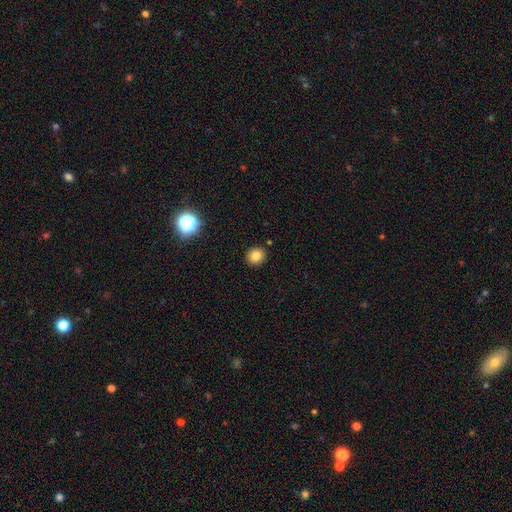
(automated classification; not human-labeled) A smooth galaxy with no disk features (82%) that is round (83%).

Vote fractions:
- Smooth or featured? smooth: 82% / star or artifact: 12% / featured or disk: 6%
- How rounded? round: 83% / in between: 16% / cigar-shaped: 1%
- Merging? none: 89% / minor disturbance: 7% / merger: 2% / major disturbance: 2%